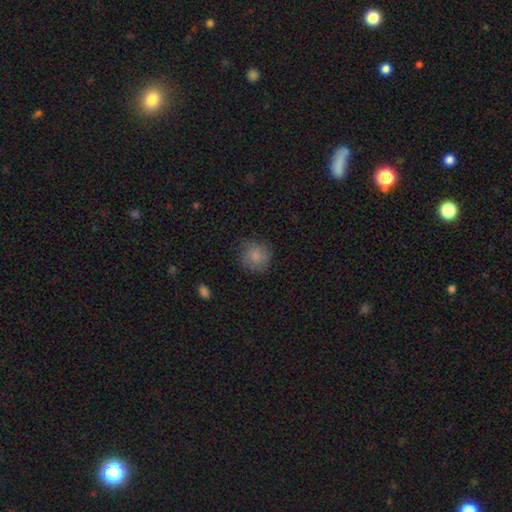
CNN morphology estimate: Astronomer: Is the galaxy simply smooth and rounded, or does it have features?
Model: smooth — 81%.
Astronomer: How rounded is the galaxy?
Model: round — 89%.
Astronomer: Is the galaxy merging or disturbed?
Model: none — 75%.